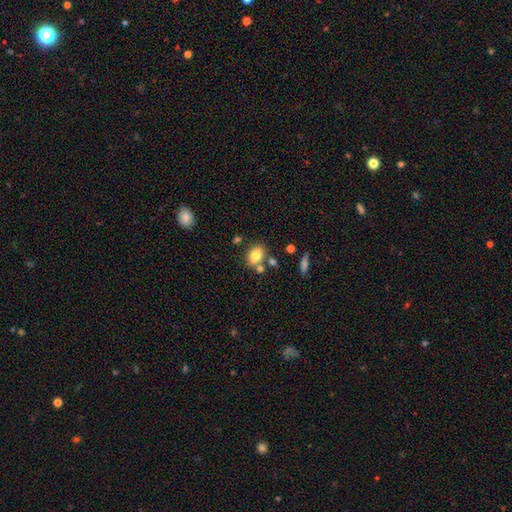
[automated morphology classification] Smooth or featured? Predicted: smooth (p=0.80). How rounded? Predicted: in between (p=0.81). Merging? Predicted: none (p=0.65).